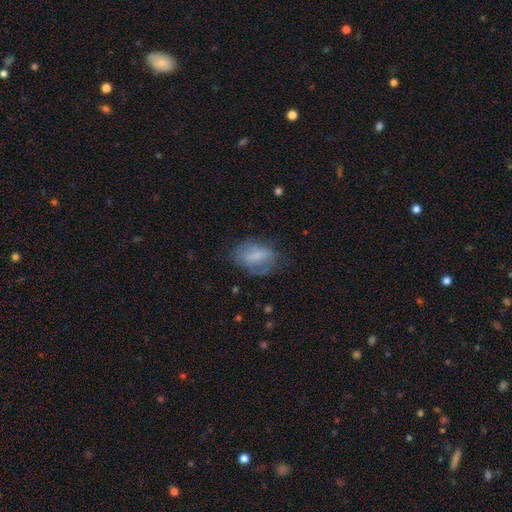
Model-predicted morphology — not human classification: type=smooth (63%); roundness=in between (87%); merging=none (56%).